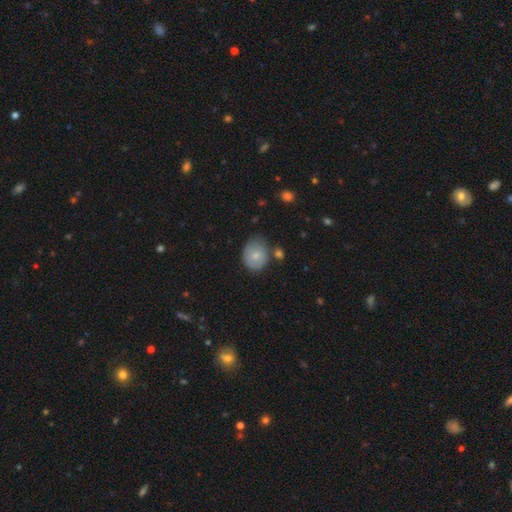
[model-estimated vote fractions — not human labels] A smooth galaxy with no disk features (75%) that is round (51%).

Vote fractions:
- Smooth or featured? smooth: 75% / featured or disk: 18% / star or artifact: 7%
- How rounded? round: 51% / in between: 48% / cigar-shaped: 1%
- Merging? none: 57% / minor disturbance: 28% / merger: 8% / major disturbance: 7%